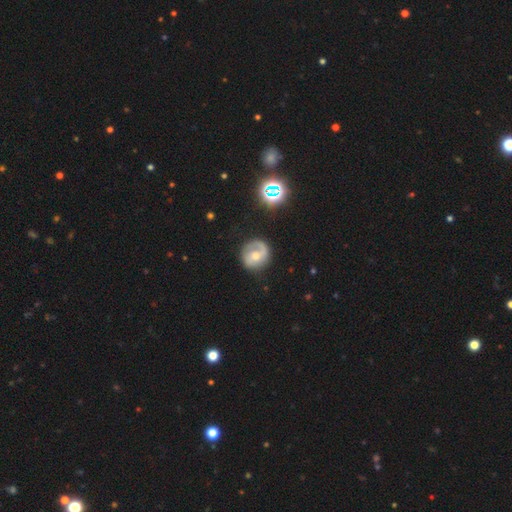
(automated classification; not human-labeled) A featured or disk galaxy (63%) with no bar (54%), 2 (43%, tied with 1) medium (39%) spiral arms (82%) and a moderate central bulge (59%). Merging: none (70%).